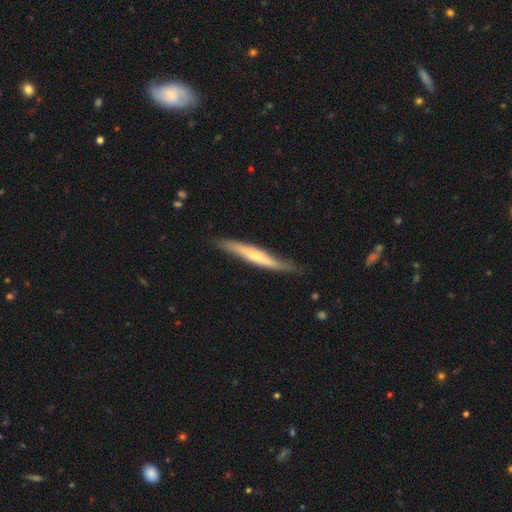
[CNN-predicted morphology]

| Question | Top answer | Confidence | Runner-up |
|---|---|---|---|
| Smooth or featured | featured or disk | 55% | smooth (39%) |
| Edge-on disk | yes | 90% | no (10%) |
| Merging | none | 80% | minor disturbance (16%) |